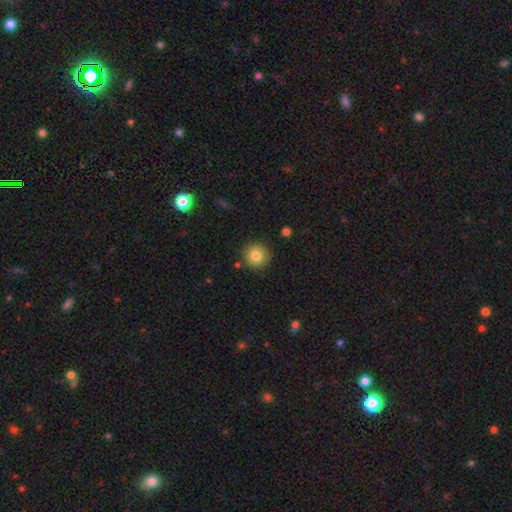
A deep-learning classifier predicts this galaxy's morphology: type=smooth (82%); roundness=round (94%); merging=none (89%).